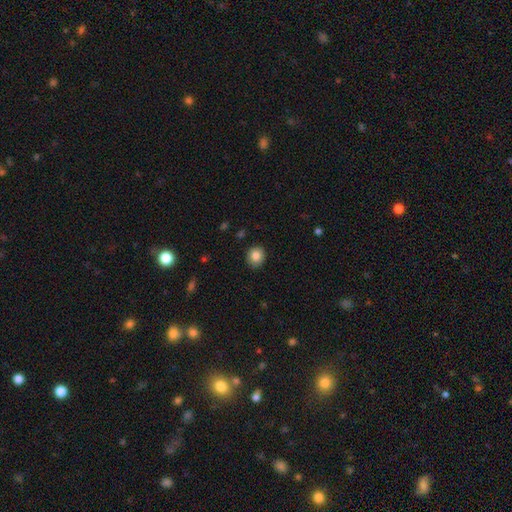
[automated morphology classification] Overall: smooth (83%). How rounded: round (83%). Merging: none (89%).